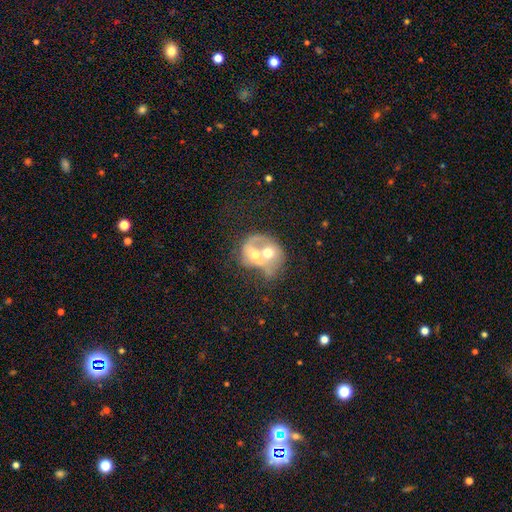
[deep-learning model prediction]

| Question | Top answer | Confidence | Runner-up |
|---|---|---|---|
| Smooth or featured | featured or disk | 52% | smooth (40%) |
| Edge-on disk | no | 97% | yes (3%) |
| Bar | no | 81% | weak (14%) |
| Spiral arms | no | 72% | yes (28%) |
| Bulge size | moderate | 69% | small (13%) |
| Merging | merger | 77% | none (10%) |